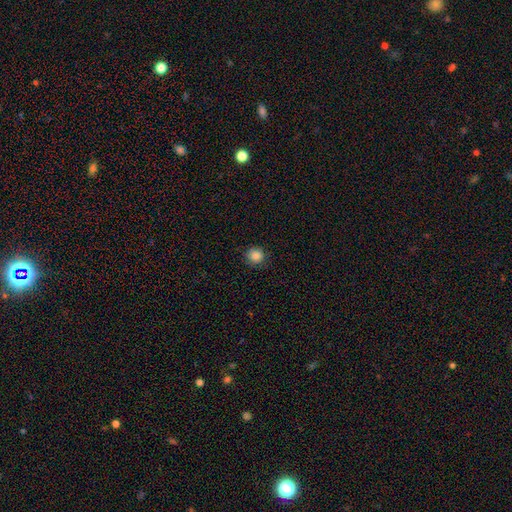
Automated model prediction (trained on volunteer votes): This appears to be a smooth galaxy with no disk features (86%) that is round (93%). Merging: none (89%).